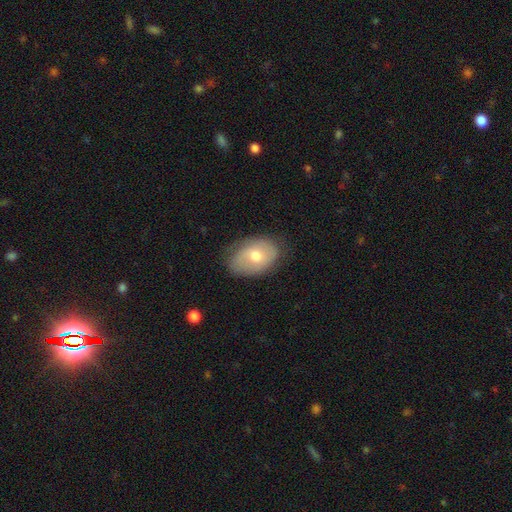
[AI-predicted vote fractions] Smooth or featured?
  - smooth: 58% *
  - featured or disk: 35%
  - star or artifact: 7%
How rounded?
  - in between: 83% *
  - round: 16%
  - cigar-shaped: 1%
Merging?
  - none: 74% *
  - minor disturbance: 20%
  - major disturbance: 5%
  - merger: 1%